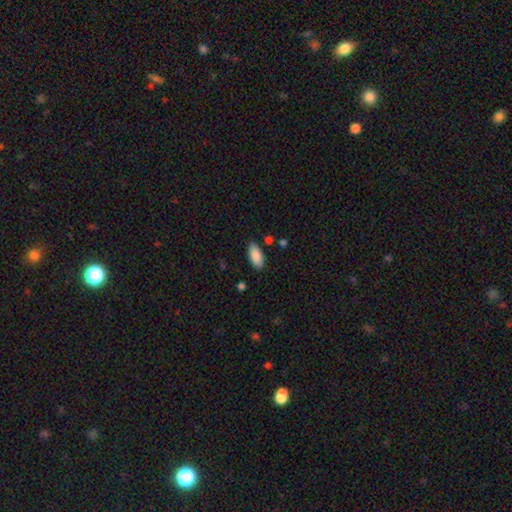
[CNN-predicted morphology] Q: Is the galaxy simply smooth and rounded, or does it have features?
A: smooth — 88%.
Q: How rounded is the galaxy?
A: in between — 90%.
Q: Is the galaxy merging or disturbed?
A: none — 82%.